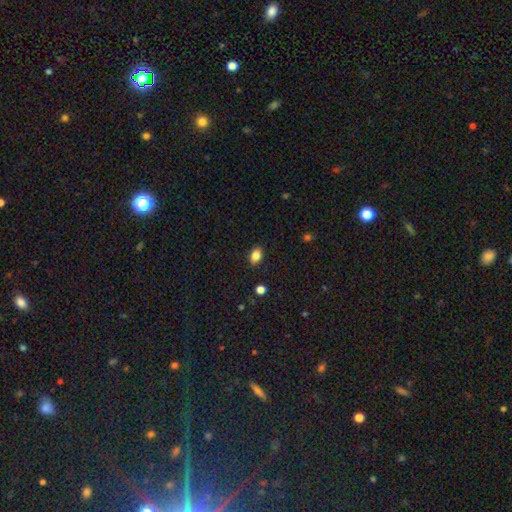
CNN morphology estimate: A smooth galaxy with no disk features (85%) that is in between round and cigar-shaped (71%).

Vote fractions:
- Smooth or featured? smooth: 85% / star or artifact: 10% / featured or disk: 5%
- How rounded? in between: 71% / round: 27% / cigar-shaped: 1%
- Merging? none: 87% / minor disturbance: 9% / major disturbance: 2% / merger: 1%